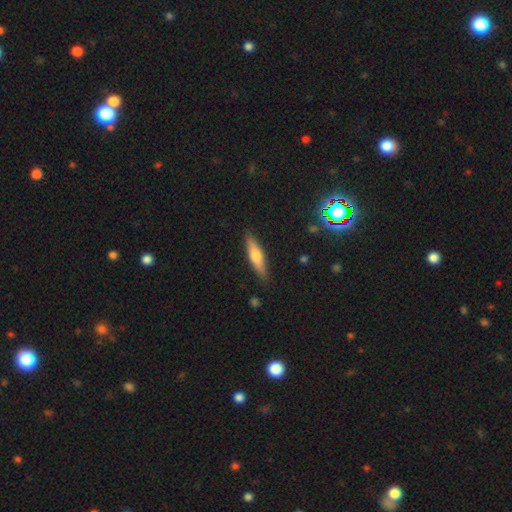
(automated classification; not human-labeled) Morphology: type=smooth (60%); roundness=cigar-shaped (75%); merging=none (87%).